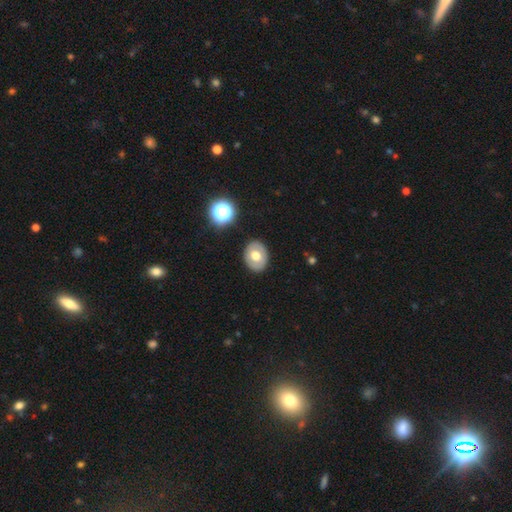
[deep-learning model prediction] smooth-or-featured: smooth: 60% | featured or disk: 32% | star or artifact: 8%
  how-rounded: in between: 56% | round: 43% | cigar-shaped: 1%
  merging: none: 88% | minor disturbance: 8% | major disturbance: 2% | merger: 2%